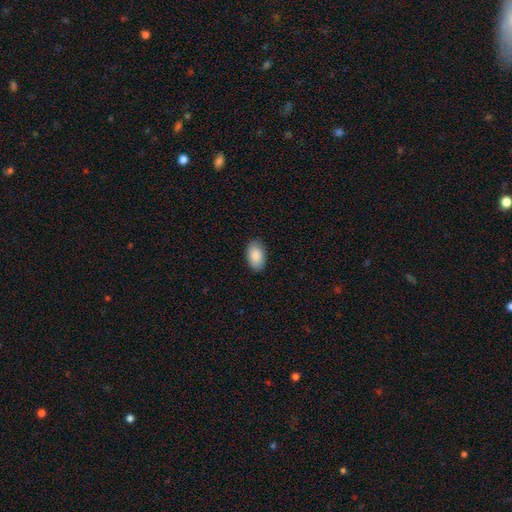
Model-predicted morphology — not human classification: type=smooth (89%); roundness=in between (93%); merging=none (88%).